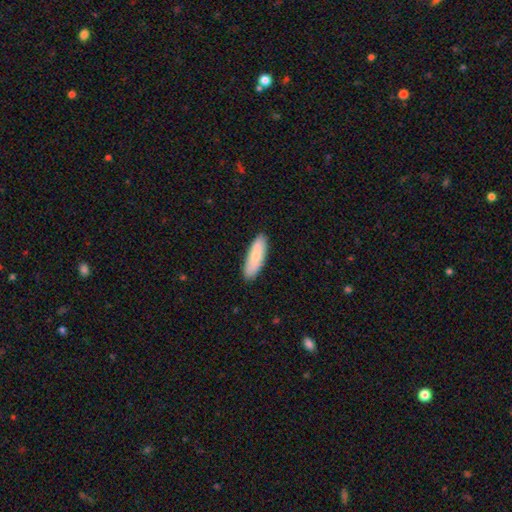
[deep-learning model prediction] Morphology: type=smooth (83%); roundness=cigar-shaped (50%); merging=none (88%).